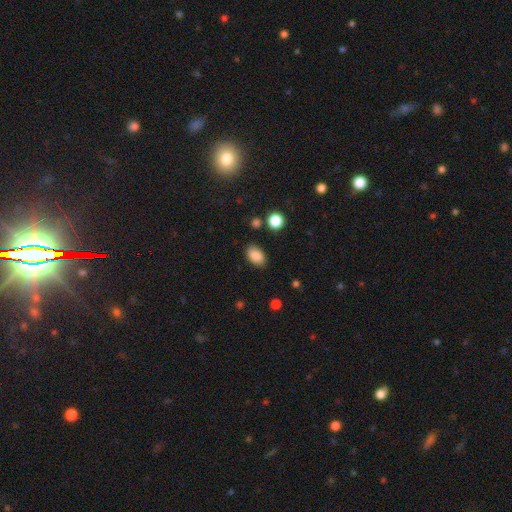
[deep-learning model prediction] This is clearly a smooth galaxy (87%). How rounded: clearly in between (89%). Merging: clearly none (82%).